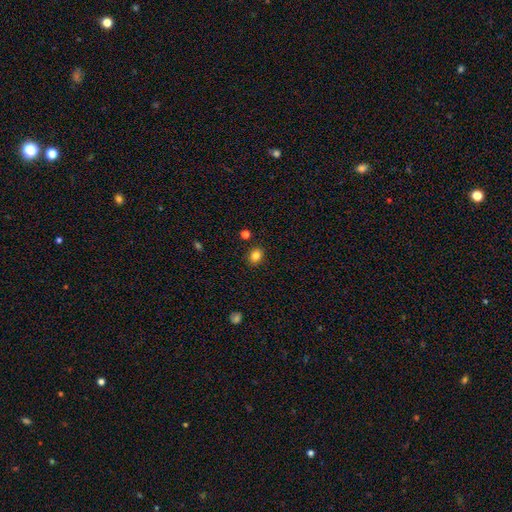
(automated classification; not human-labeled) Overall: smooth (83%). How rounded: round (55%; in between 44%). Merging: none (88%).